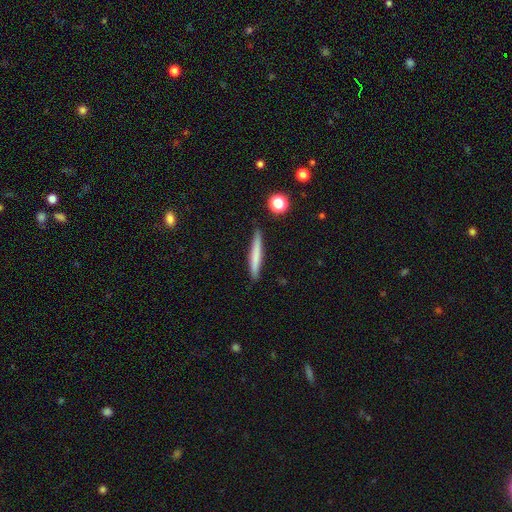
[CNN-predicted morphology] Smooth or featured? Predicted: smooth (p=0.69). How rounded? Predicted: cigar-shaped (p=0.95). Merging? Predicted: none (p=0.88).